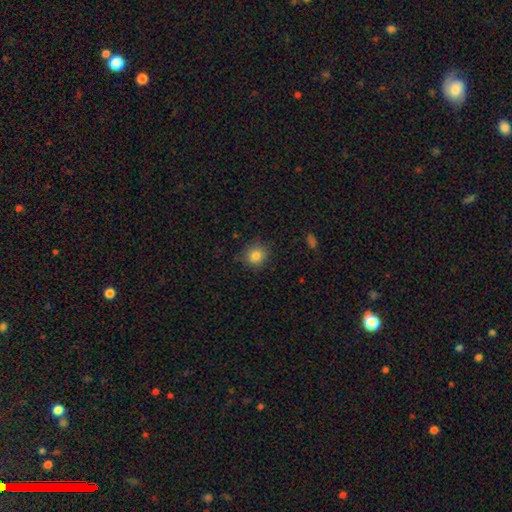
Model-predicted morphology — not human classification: This appears to be a smooth galaxy with no disk features (83%) that is round (85%). Merging: none (84%).